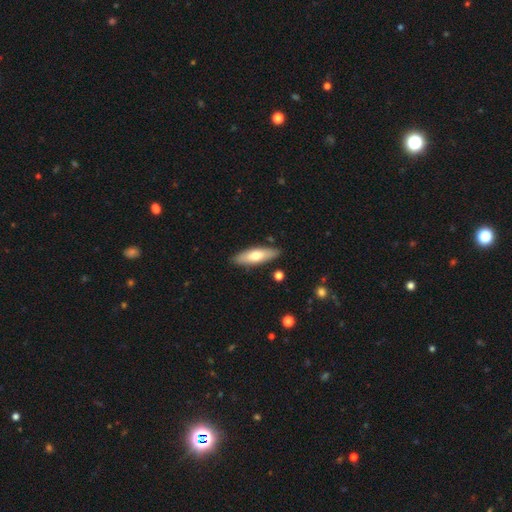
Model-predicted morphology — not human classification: This is likely a smooth galaxy (65%). How rounded: possibly cigar-shaped (49%, tied with in between). Merging: clearly none (87%).